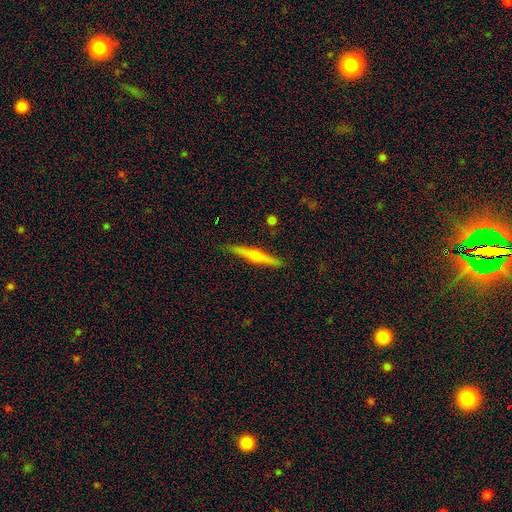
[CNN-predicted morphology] smooth_or_featured: featured or disk (p=0.56) [alt: smooth p=0.38]
disk_edge_on: yes (p=0.98) [alt: no p=0.02]
edge_on_bulge: rounded (p=0.76) [alt: none p=0.16]
merging: none (p=0.89) [alt: minor disturbance p=0.08]